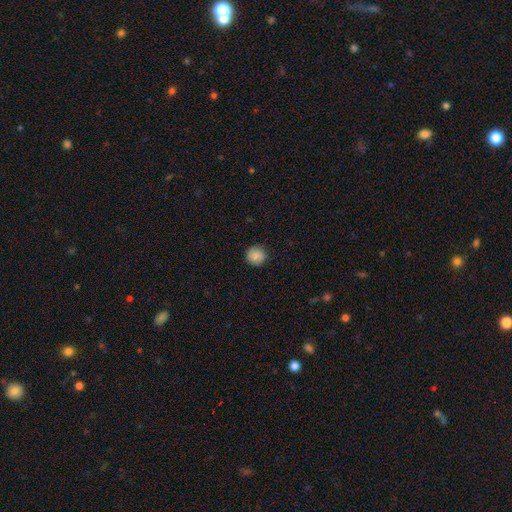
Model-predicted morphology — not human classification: This is clearly a smooth galaxy (88%). How rounded: clearly round (94%). Merging: clearly none (89%).